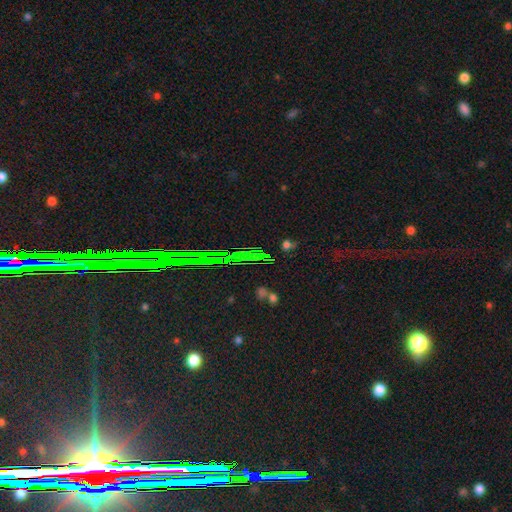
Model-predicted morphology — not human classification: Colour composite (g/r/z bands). It shows a star or artifact, not a galaxy (61%).